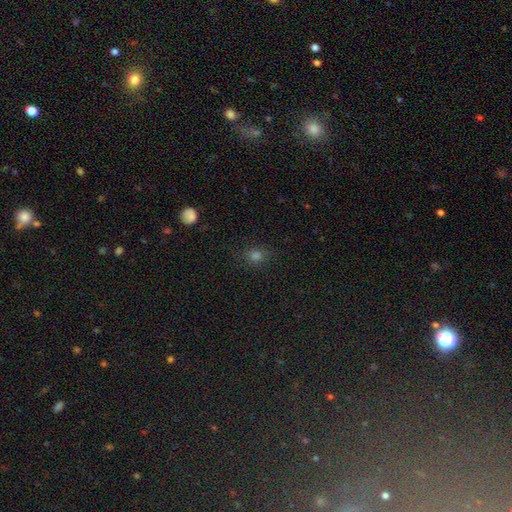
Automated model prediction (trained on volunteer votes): Smooth or featured?
  - smooth: 72% *
  - star or artifact: 22%
  - featured or disk: 6%
How rounded?
  - round: 65% *
  - in between: 33%
  - cigar-shaped: 1%
Merging?
  - none: 84% *
  - minor disturbance: 12%
  - major disturbance: 3%
  - merger: 1%